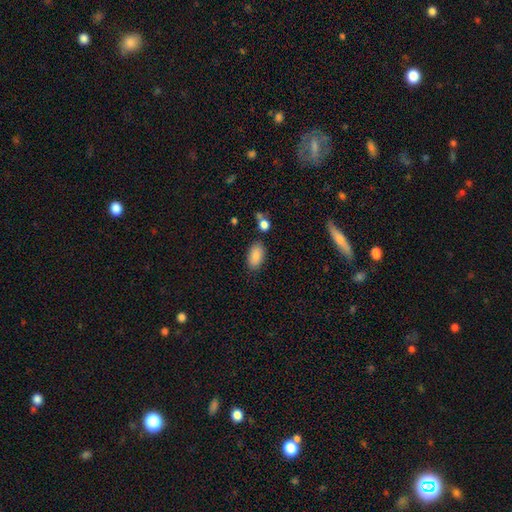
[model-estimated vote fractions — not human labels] Smooth or featured: smooth — 87% (star or artifact — 7%)
How rounded: in between — 93% (round — 5%)
Merging: none — 82% (minor disturbance — 11%)